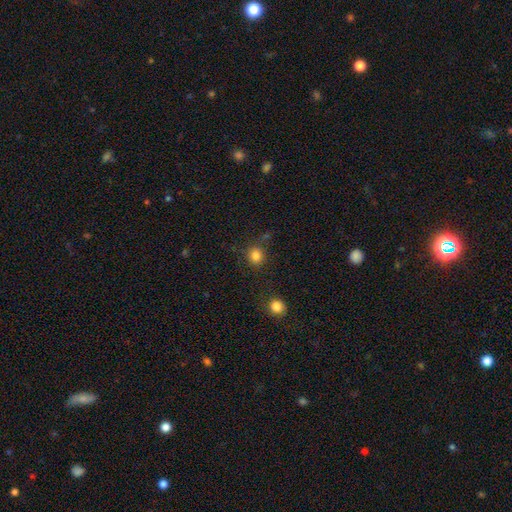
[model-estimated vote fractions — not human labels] This is clearly a smooth galaxy (84%). How rounded: clearly round (86%). Merging: clearly none (81%).